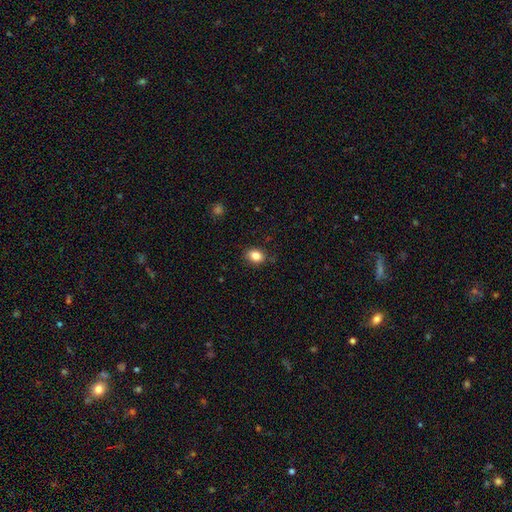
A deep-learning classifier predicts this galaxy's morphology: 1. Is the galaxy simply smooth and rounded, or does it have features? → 84% smooth, 10% star or artifact, 6% featured or disk.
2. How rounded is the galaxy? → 57% in between, 42% round, 1% cigar-shaped.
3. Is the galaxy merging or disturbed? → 84% none, 12% minor disturbance, 3% major disturbance, 1% merger.